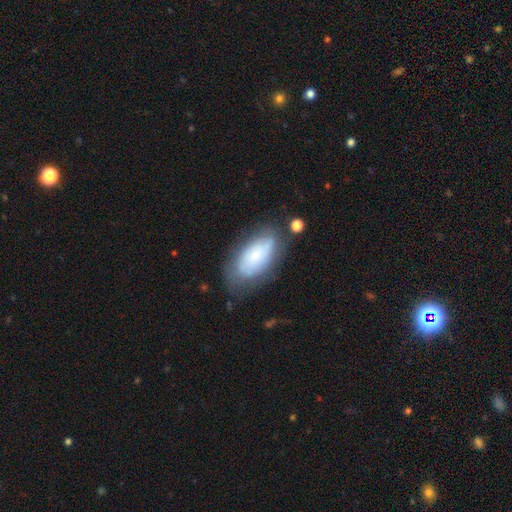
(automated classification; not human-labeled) This is possibly a smooth galaxy (47%). Merging: likely none (63%).